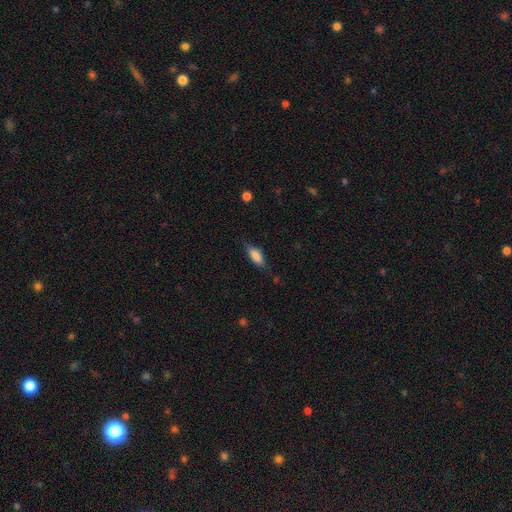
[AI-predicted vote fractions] This is likely a smooth galaxy (75%). How rounded: likely in between (70%). Merging: likely none (71%).